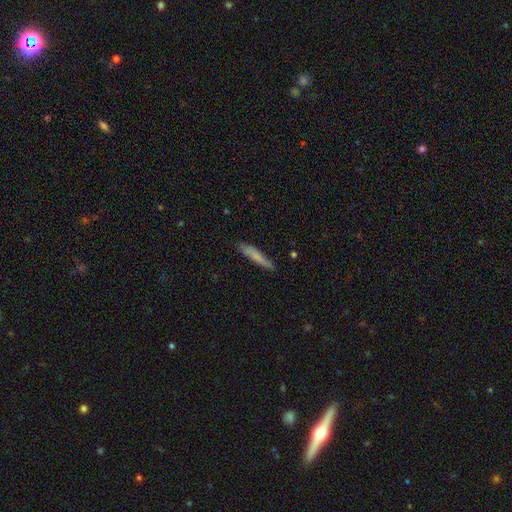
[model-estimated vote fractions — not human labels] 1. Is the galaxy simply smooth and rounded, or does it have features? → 71% smooth, 23% featured or disk, 6% star or artifact.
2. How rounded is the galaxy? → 91% cigar-shaped, 8% in between, 1% round.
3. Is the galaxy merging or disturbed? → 80% none, 15% minor disturbance, 3% major disturbance, 2% merger.